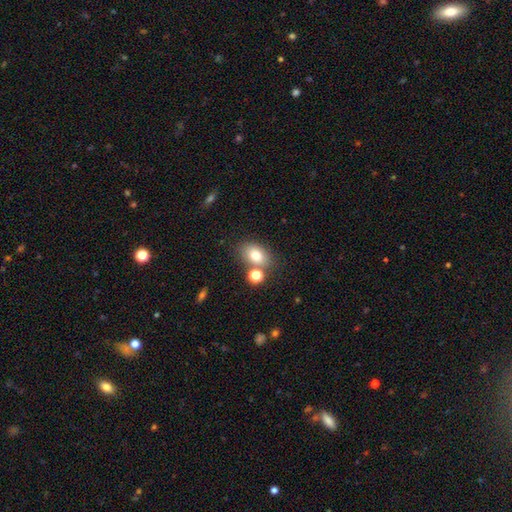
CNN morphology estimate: smooth-or-featured: smooth: 77% | featured or disk: 12% | star or artifact: 11%
  how-rounded: in between: 73% | round: 25% | cigar-shaped: 1%
  merging: none: 65% | merger: 18% | minor disturbance: 13% | major disturbance: 4%